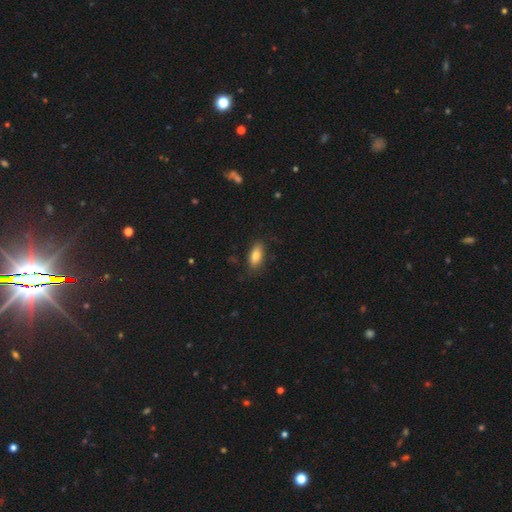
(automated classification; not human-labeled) Q: Smooth or featured?
A: smooth (81%); runner-up: featured or disk (12%)
Q: How rounded?
A: in between (85%); runner-up: cigar-shaped (12%)
Q: Merging?
A: none (80%); runner-up: minor disturbance (15%)